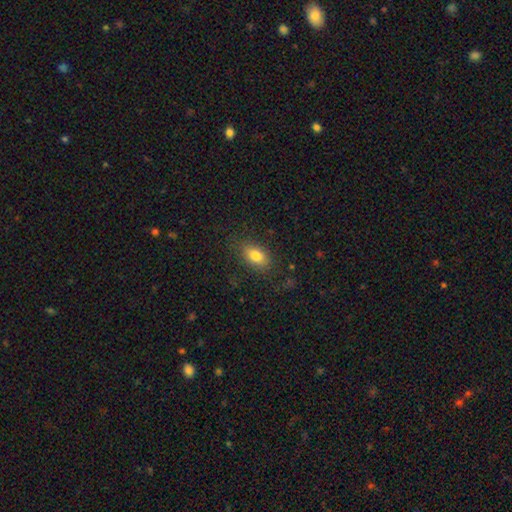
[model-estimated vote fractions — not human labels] Morphology: type=smooth (80%); roundness=in between (86%); merging=none (81%).